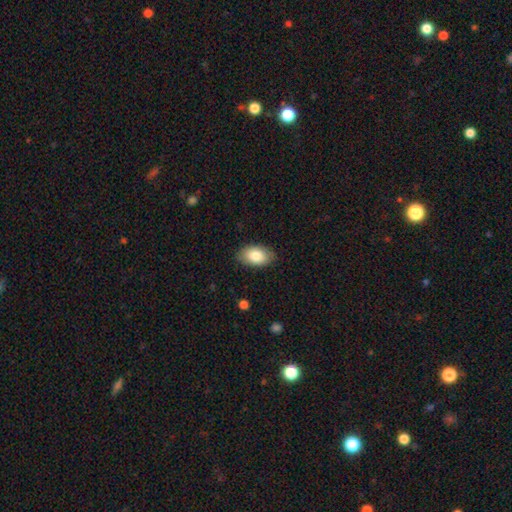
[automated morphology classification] Overall: smooth (82%). How rounded: in between (92%). Merging: none (85%).